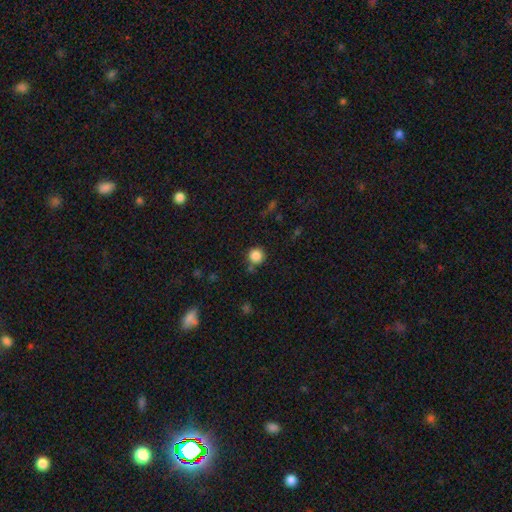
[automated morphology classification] type=smooth (86%); roundness=round (94%); merging=none (80%).